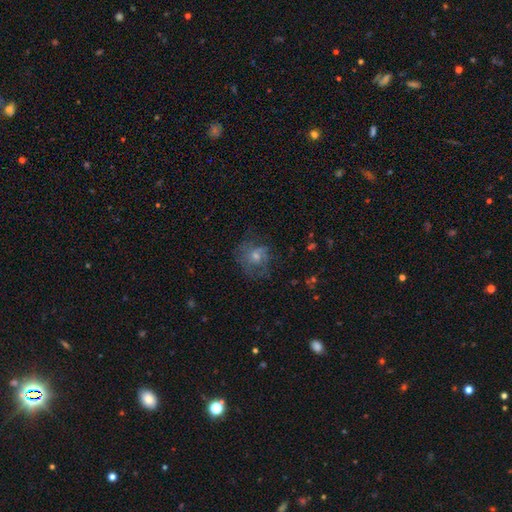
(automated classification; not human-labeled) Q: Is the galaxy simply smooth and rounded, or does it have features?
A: smooth — 41%.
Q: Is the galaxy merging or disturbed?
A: none — 60%.